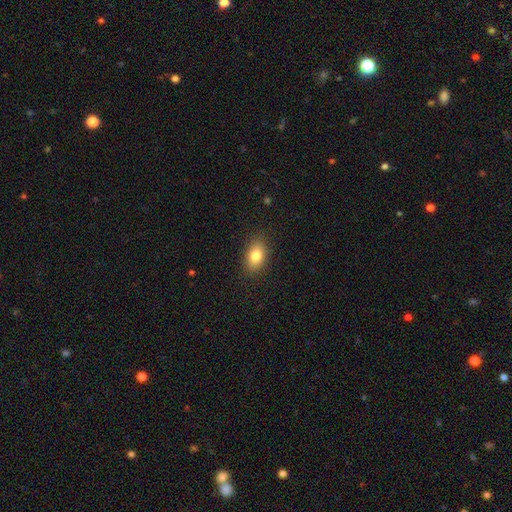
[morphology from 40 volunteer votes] Overall: smooth (75%). How rounded: in between (77%). Merging: none (92%).